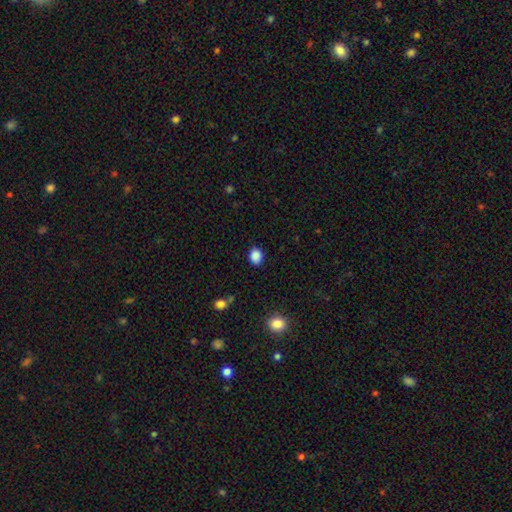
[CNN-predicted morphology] A smooth galaxy with no disk features (88%) that is round (50%).

Vote fractions:
- Smooth or featured? smooth: 88% / star or artifact: 9% / featured or disk: 3%
- How rounded? round: 50% / in between: 49% / cigar-shaped: 1%
- Merging? none: 86% / minor disturbance: 10% / major disturbance: 3% / merger: 1%